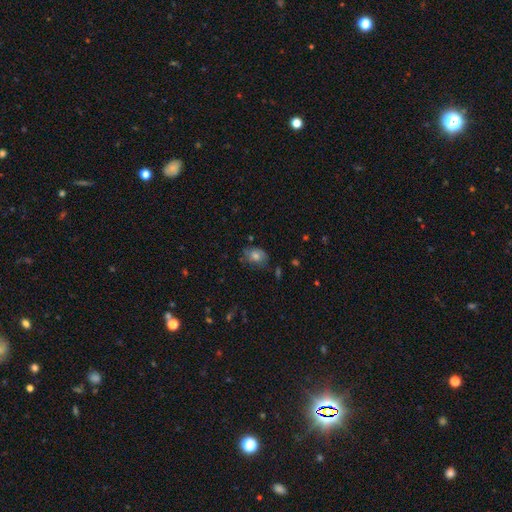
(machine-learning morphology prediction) Smooth or featured? Predicted: smooth (p=0.62). How rounded? Predicted: in between (p=0.63). Merging? Predicted: none (p=0.67).